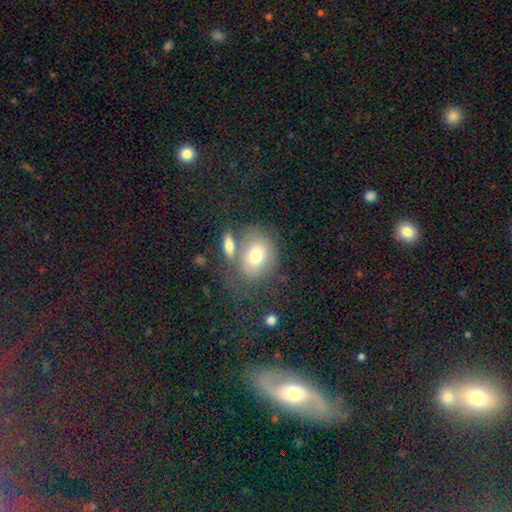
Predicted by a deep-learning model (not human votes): This appears to be a smooth galaxy with no disk features (71%) that is in between round and cigar-shaped (50%). Merging: none (48%).